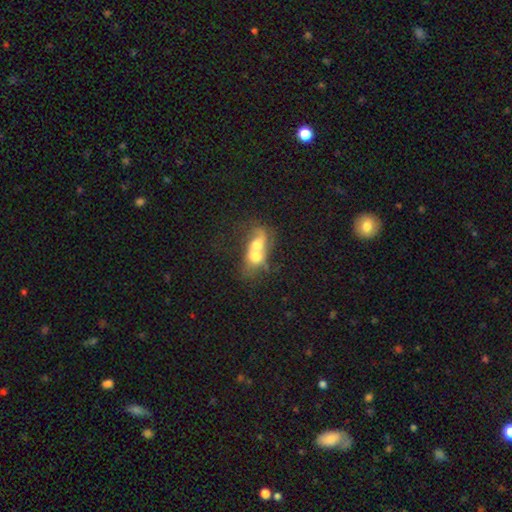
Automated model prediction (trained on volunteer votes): A smooth galaxy with no disk features (52%) that is in between round and cigar-shaped (58%). Merging: merger (81%).